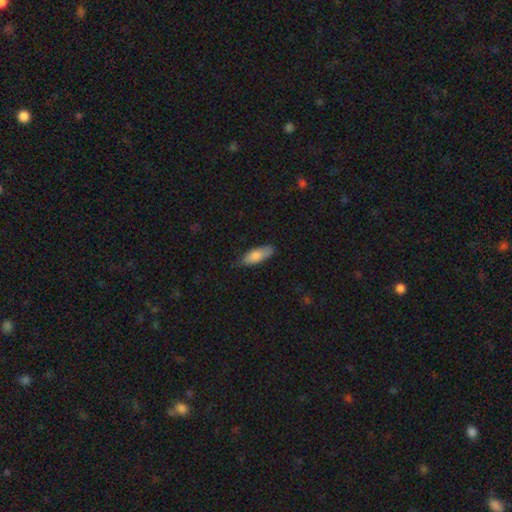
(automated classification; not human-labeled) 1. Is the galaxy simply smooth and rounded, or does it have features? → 81% smooth, 13% featured or disk, 6% star or artifact.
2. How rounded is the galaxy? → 63% in between, 35% cigar-shaped, 2% round.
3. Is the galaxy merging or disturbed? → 74% none, 21% minor disturbance, 4% major disturbance, 1% merger.